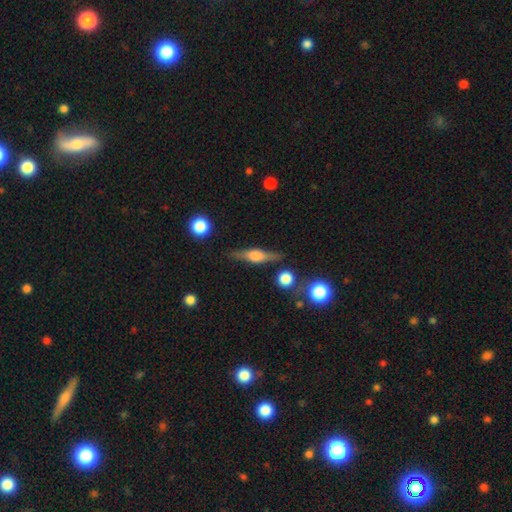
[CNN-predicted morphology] type=featured or disk (62%); edge-on=yes (95%); edge-on bulge=rounded (78%); merging=none (80%).